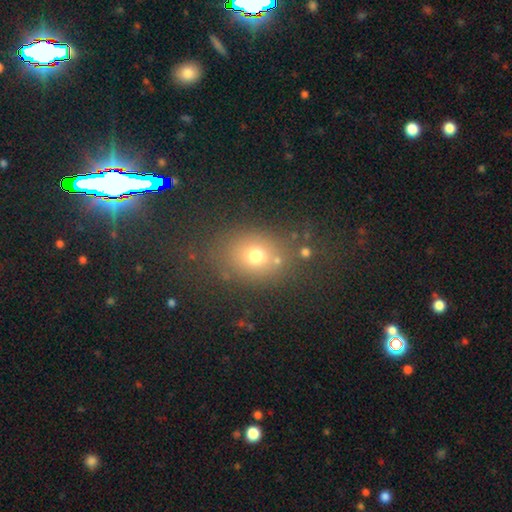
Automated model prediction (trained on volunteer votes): The model was most divided on "how rounded": in between: 50%, round: 49%, cigar-shaped: 1%. More confident: merging — none (71%); smooth or featured — smooth (71%).